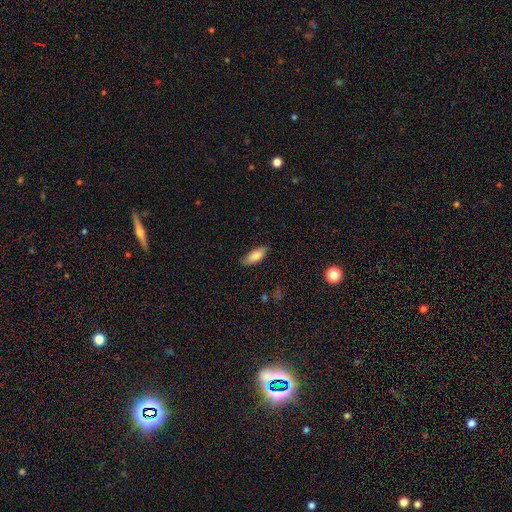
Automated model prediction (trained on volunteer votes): A smooth galaxy with no disk features (83%) that is in between round and cigar-shaped (74%).

Vote fractions:
- Smooth or featured? smooth: 83% / featured or disk: 11% / star or artifact: 6%
- How rounded? in between: 74% / cigar-shaped: 24% / round: 2%
- Merging? none: 79% / minor disturbance: 17% / major disturbance: 3% / merger: 1%